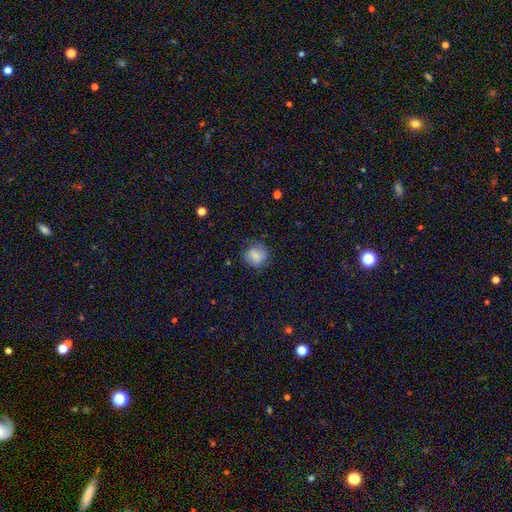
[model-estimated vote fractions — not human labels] Overall: smooth (78%). How rounded: round (82%). Merging: none (67%).